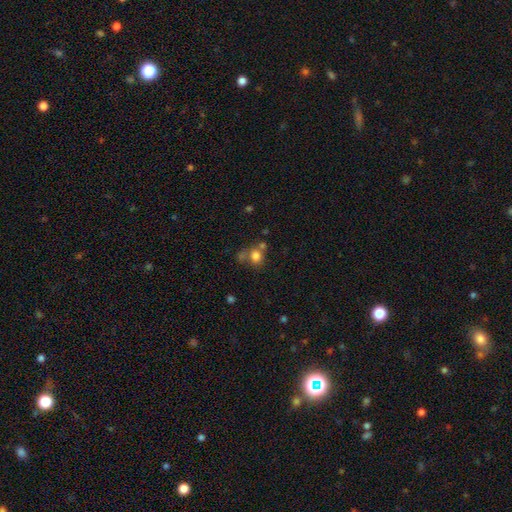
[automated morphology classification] Smooth or featured?
  - smooth: 77% *
  - star or artifact: 13%
  - featured or disk: 10%
How rounded?
  - round: 78% *
  - in between: 21%
  - cigar-shaped: 1%
Merging?
  - none: 50% *
  - merger: 30%
  - minor disturbance: 12%
  - major disturbance: 7%